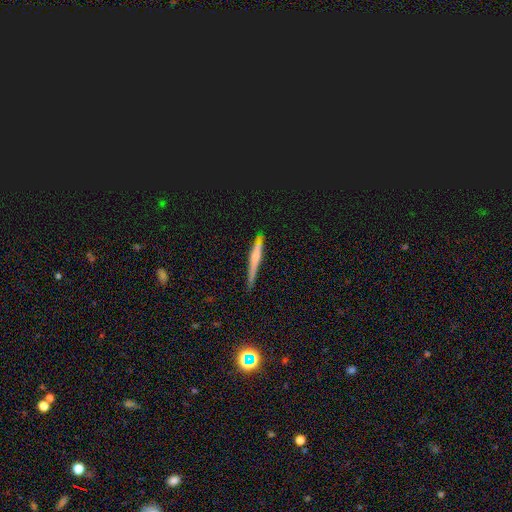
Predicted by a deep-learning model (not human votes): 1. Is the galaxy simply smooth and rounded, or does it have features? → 47% featured or disk, 42% smooth, 11% star or artifact.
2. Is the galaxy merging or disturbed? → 76% none, 18% minor disturbance, 4% major disturbance, 3% merger.